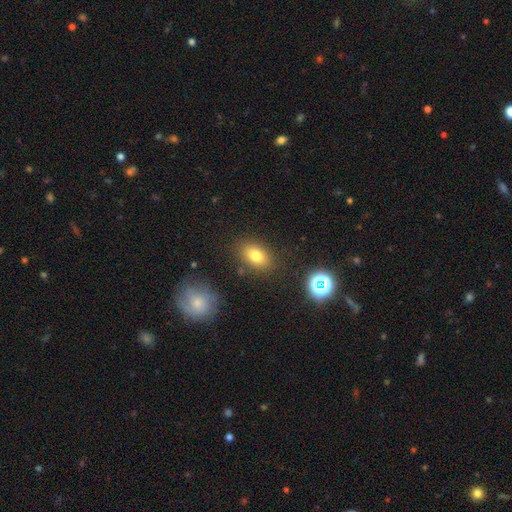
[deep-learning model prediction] This is likely a smooth galaxy (77%). How rounded: clearly in between (80%). Merging: clearly none (83%).